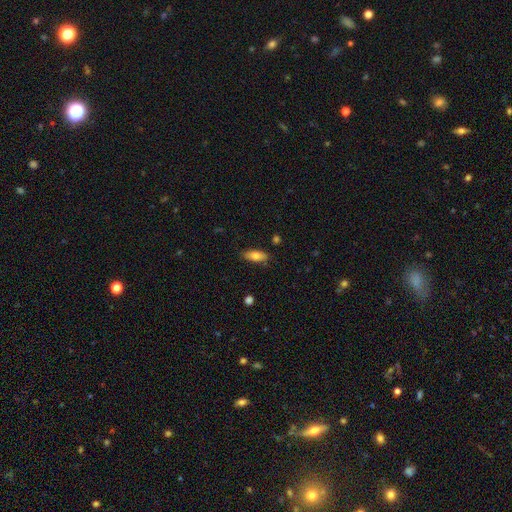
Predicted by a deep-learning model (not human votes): smooth_or_featured: smooth (p=0.75) [alt: featured or disk p=0.18]
how_rounded: in between (p=0.77) [alt: cigar-shaped p=0.20]
merging: none (p=0.83) [alt: minor disturbance p=0.13]